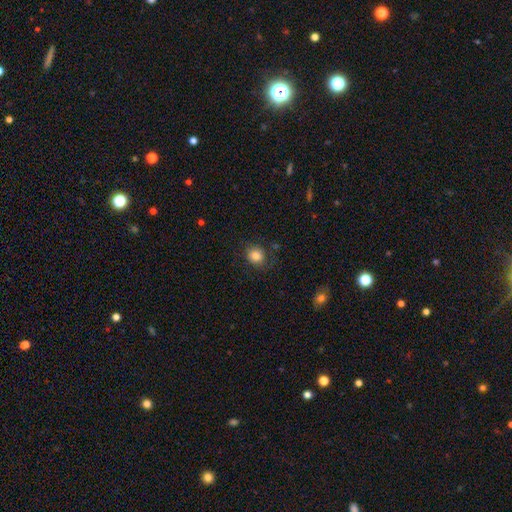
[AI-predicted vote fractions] Smooth or featured?
  - smooth: 83% *
  - star or artifact: 10%
  - featured or disk: 7%
How rounded?
  - round: 71% *
  - in between: 28%
  - cigar-shaped: 1%
Merging?
  - none: 75% *
  - minor disturbance: 17%
  - major disturbance: 6%
  - merger: 2%